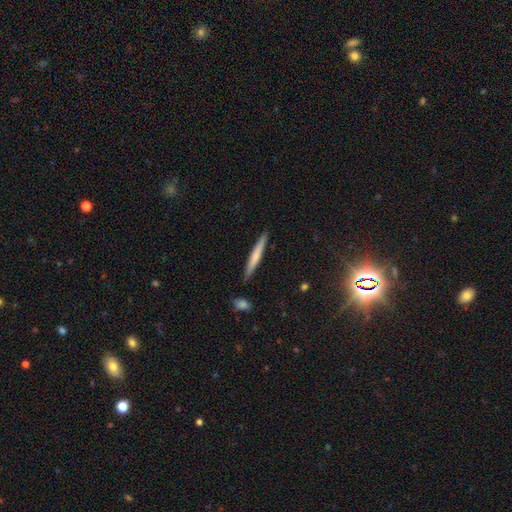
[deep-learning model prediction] Smooth or featured? smooth (59%)
How rounded? cigar-shaped (96%)
Merging? none (89%)